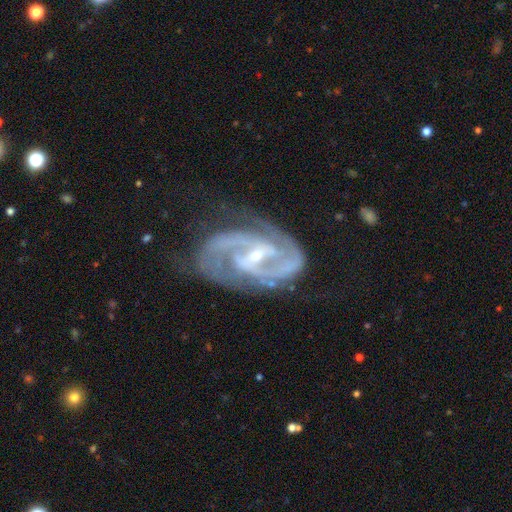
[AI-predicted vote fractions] Smooth or featured: featured or disk — 92% (star or artifact — 5%)
Edge-on disk: no — 97% (yes — 3%)
Bar: strong — 48% (weak — 36%)
Spiral arms: yes — 98% (no — 2%)
Spiral winding: medium — 54% (tight — 34%)
Spiral arm count: 2 — 80% (3 — 9%)
Bulge size: small — 67% (moderate — 30%)
Merging: none — 64% (minor disturbance — 22%)